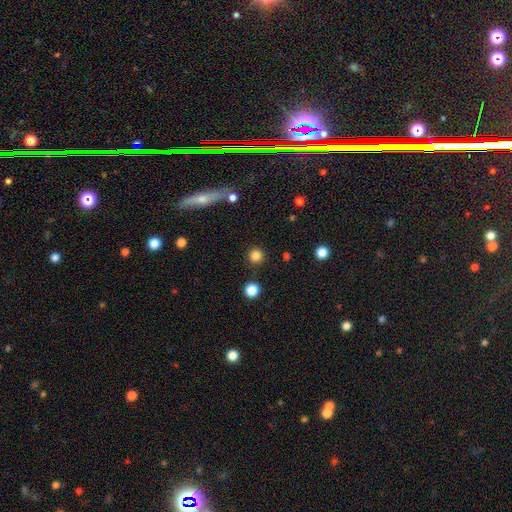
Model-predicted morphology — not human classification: Smooth or featured? Predicted: smooth (p=0.83). How rounded? Predicted: round (p=0.95). Merging? Predicted: none (p=0.90).